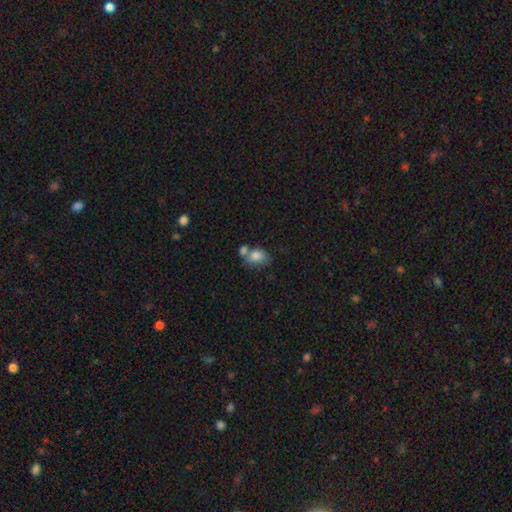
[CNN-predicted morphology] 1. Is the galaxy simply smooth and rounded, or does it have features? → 80% smooth, 12% featured or disk, 8% star or artifact.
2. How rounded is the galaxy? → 69% in between, 30% round, 1% cigar-shaped.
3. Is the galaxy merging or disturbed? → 40% none, 39% merger, 15% minor disturbance, 6% major disturbance.